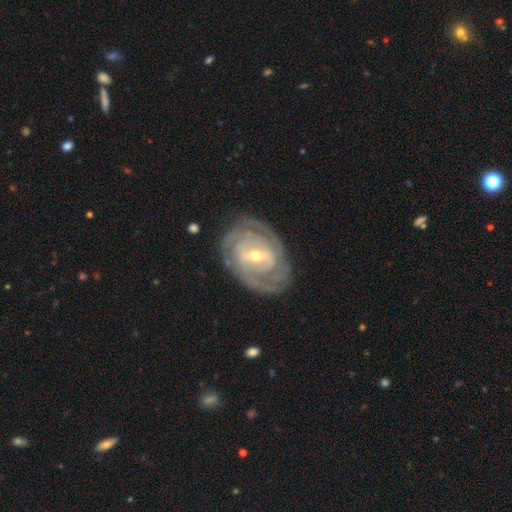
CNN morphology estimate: type=featured or disk (88%); edge-on=no (96%); bar=weak (47%); spiral arms=yes (94%); winding=tight (71%); arm count=2 (37%); bulge=small (50%); merging=none (79%).